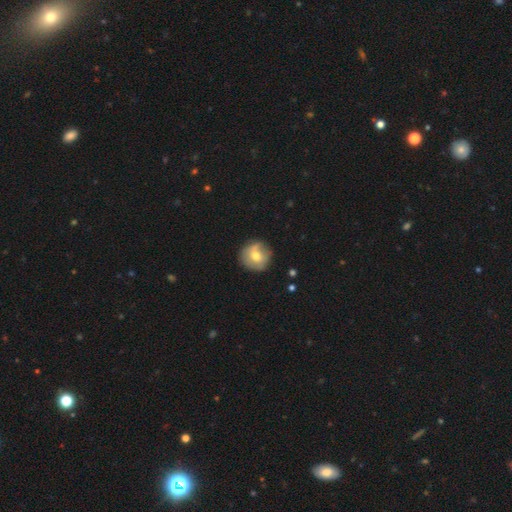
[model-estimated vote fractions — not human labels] smooth-or-featured: smooth: 60% | featured or disk: 33% | star or artifact: 8%
  how-rounded: round: 93% | in between: 6% | cigar-shaped: 1%
  merging: none: 78% | minor disturbance: 16% | major disturbance: 4% | merger: 2%